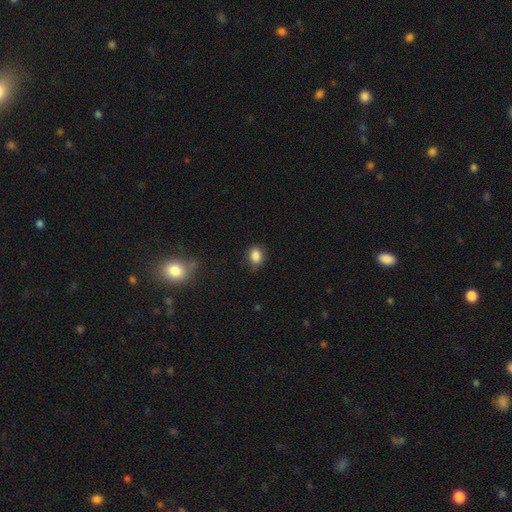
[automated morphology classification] smooth 85%, star or artifact 10%, featured or disk 5%. Down the decision tree: how rounded — in between (58%); merging — none (68%).